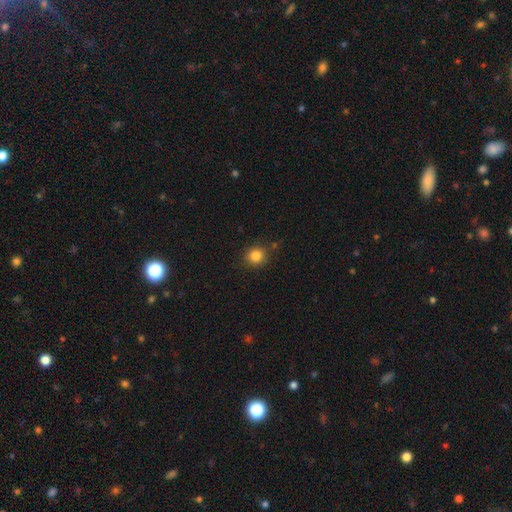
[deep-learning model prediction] Overall: smooth (84%). How rounded: round (88%). Merging: none (85%).